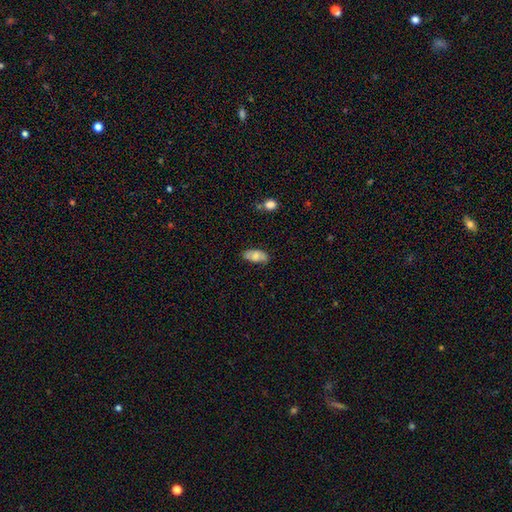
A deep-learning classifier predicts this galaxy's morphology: smooth_or_featured: smooth (p=0.73) [alt: featured or disk p=0.21]
how_rounded: in between (p=0.92) [alt: cigar-shaped p=0.05]
merging: none (p=0.73) [alt: minor disturbance p=0.21]